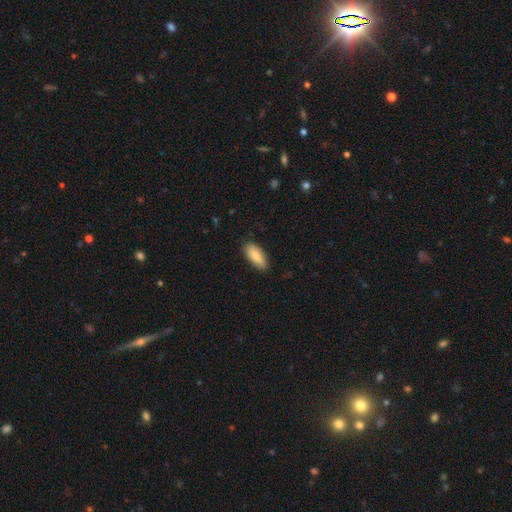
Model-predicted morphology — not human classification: A smooth galaxy with no disk features (83%) that is in between round and cigar-shaped (80%).

Vote fractions:
- Smooth or featured? smooth: 83% / featured or disk: 11% / star or artifact: 6%
- How rounded? in between: 80% / cigar-shaped: 18% / round: 2%
- Merging? none: 85% / minor disturbance: 12% / major disturbance: 2% / merger: 1%